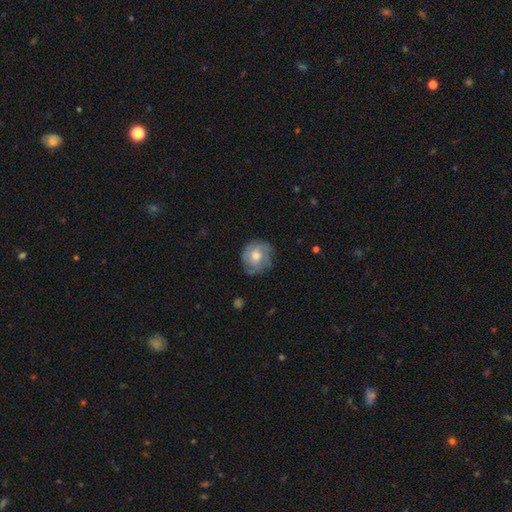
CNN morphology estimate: Q: Smooth or featured?
A: featured or disk (47%); runner-up: smooth (45%)
Q: Merging?
A: none (71%); runner-up: minor disturbance (21%)